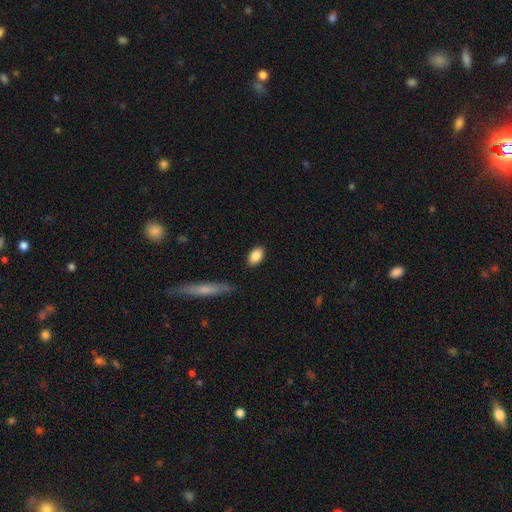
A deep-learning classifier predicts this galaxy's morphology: This is clearly a smooth galaxy (86%). How rounded: clearly in between (88%). Merging: clearly none (86%).